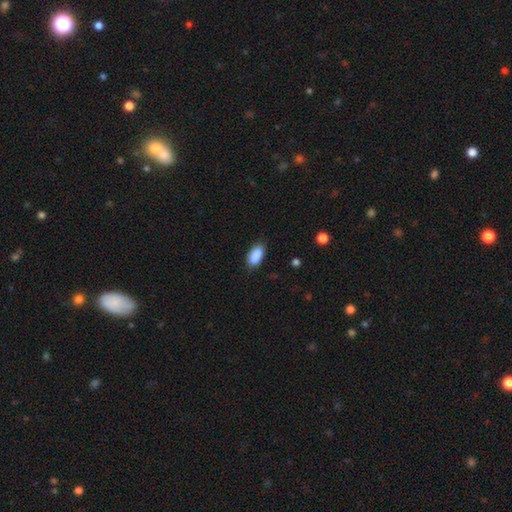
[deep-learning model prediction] smooth 90%, star or artifact 7%, featured or disk 3%. Down the decision tree: how rounded — in between (92%); merging — none (84%).